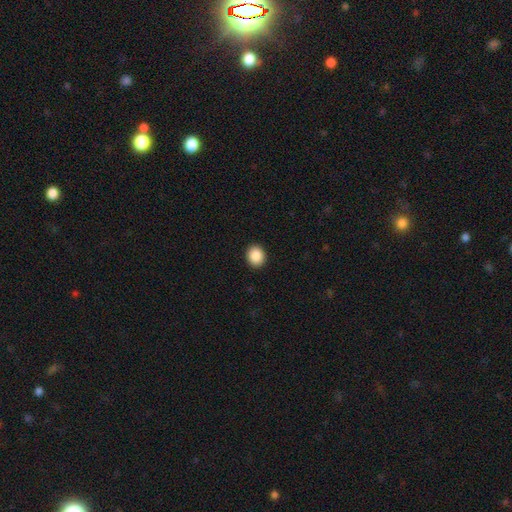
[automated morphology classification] A smooth galaxy with no disk features (89%) that is round (68%).

Vote fractions:
- Smooth or featured? smooth: 89% / star or artifact: 8% / featured or disk: 3%
- How rounded? round: 68% / in between: 31% / cigar-shaped: 1%
- Merging? none: 92% / minor disturbance: 5% / major disturbance: 2% / merger: 1%